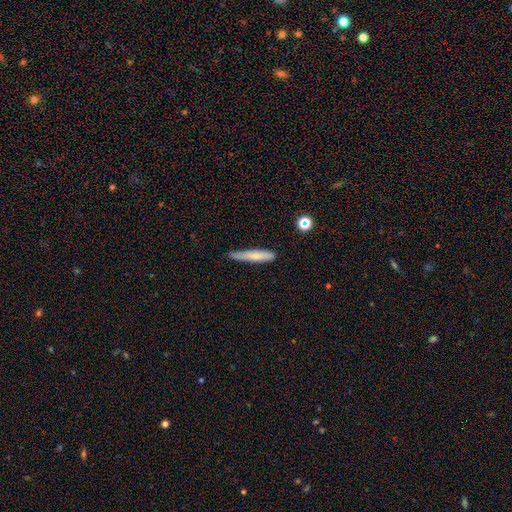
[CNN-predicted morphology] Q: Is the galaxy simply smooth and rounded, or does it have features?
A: smooth — 68%.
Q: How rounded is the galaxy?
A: cigar-shaped — 90%.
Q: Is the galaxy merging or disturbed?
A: none — 66%.